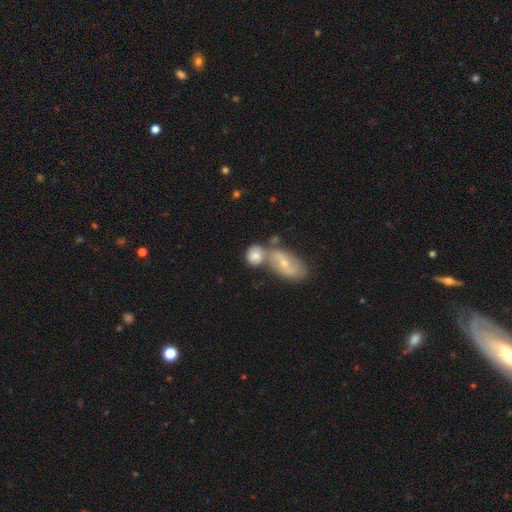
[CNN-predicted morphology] This is likely a smooth galaxy (67%). How rounded: possibly round (56%). Merging: possibly merger (52%).